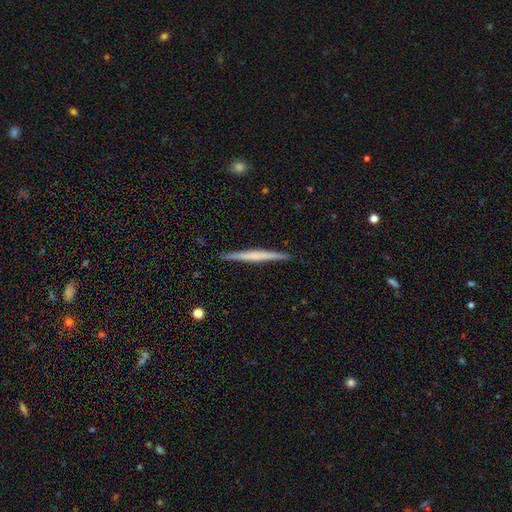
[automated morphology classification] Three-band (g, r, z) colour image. It shows a featured or disk galaxy (52%) viewed edge-on (98%) with no central bulge (72%). Merging: none (91%).